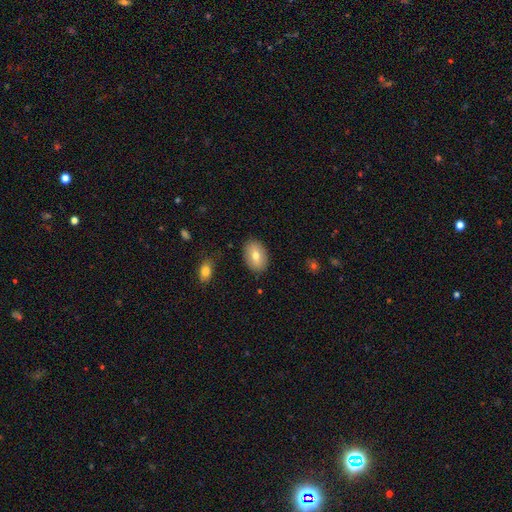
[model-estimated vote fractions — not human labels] This is likely a smooth galaxy (71%). How rounded: clearly in between (85%). Merging: clearly none (87%).